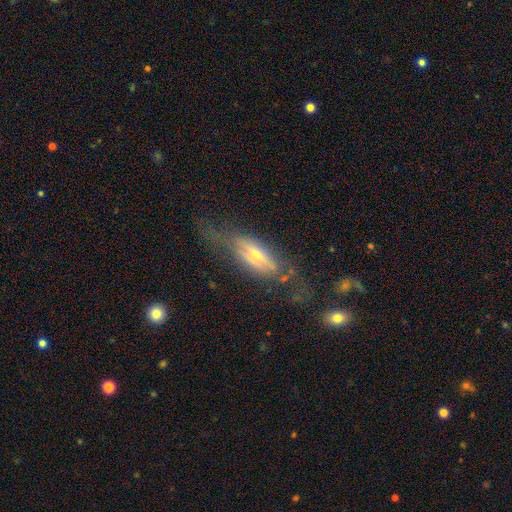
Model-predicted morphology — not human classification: This is likely a featured or disk galaxy (60%). It is likely viewed edge-on (72%). Merging: possibly none (51%).